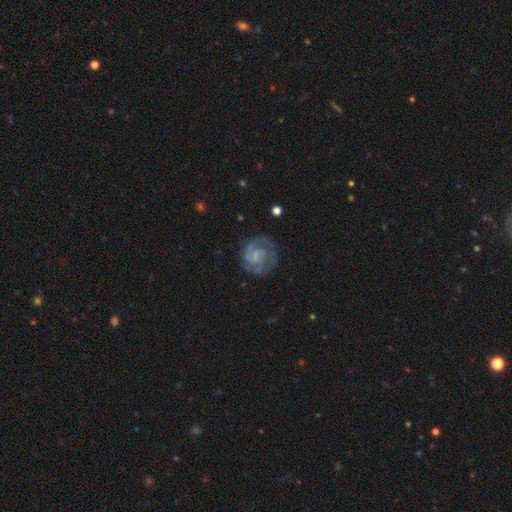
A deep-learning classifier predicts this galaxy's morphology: Smooth or featured: featured or disk — 81% (smooth — 13%)
Edge-on disk: no — 98% (yes — 2%)
Bar: no — 50% (weak — 42%)
Spiral arms: yes — 94% (no — 6%)
Spiral winding: tight — 55% (medium — 36%)
Spiral arm count: 2 — 51% (3 — 18%)
Bulge size: small — 43% (none — 36%)
Merging: none — 72% (minor disturbance — 17%)